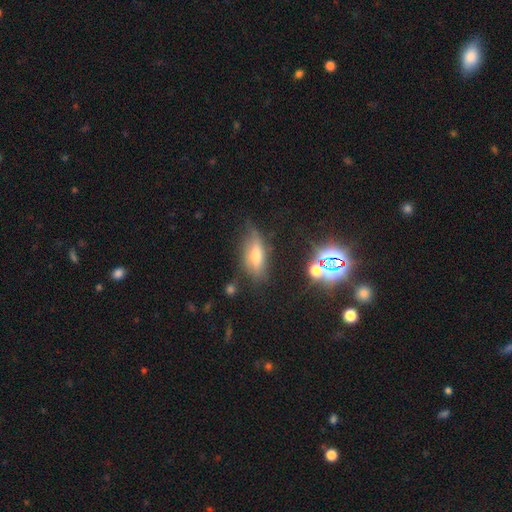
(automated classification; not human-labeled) Q: Smooth or featured?
A: smooth (45%); runner-up: featured or disk (34%)
Q: Merging?
A: none (60%); runner-up: minor disturbance (27%)